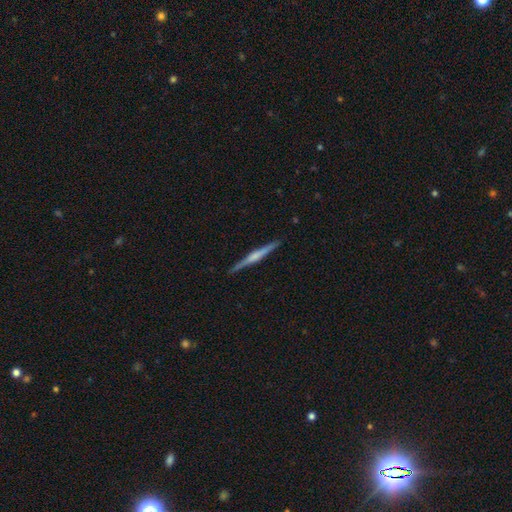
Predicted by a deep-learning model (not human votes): smooth_or_featured: featured or disk (p=0.70) [alt: smooth p=0.25]
disk_edge_on: yes (p=0.98) [alt: no p=0.02]
edge_on_bulge: rounded (p=0.54) [alt: boxy p=0.24]
merging: none (p=0.91) [alt: minor disturbance p=0.07]